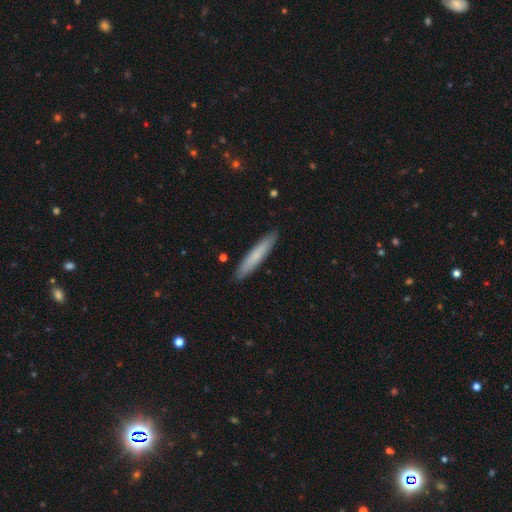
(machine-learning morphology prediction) type=smooth (74%); roundness=cigar-shaped (93%); merging=none (91%).